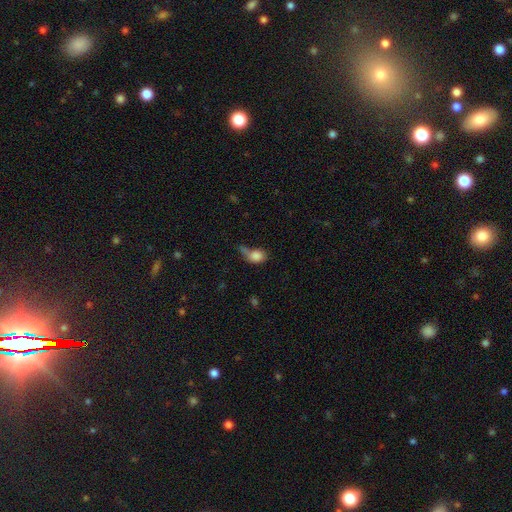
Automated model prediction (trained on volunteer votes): A smooth galaxy with no disk features (82%) that is in between round and cigar-shaped (62%).

Vote fractions:
- Smooth or featured? smooth: 82% / star or artifact: 9% / featured or disk: 9%
- How rounded? in between: 62% / round: 35% / cigar-shaped: 2%
- Merging? none: 31% / minor disturbance: 24% / merger: 23% / major disturbance: 22%